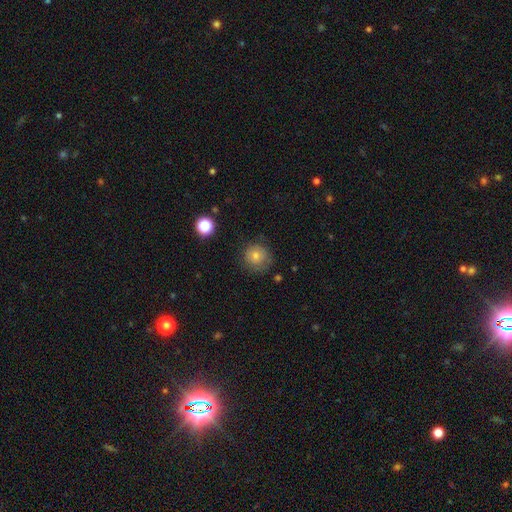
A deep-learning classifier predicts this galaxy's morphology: smooth_or_featured: smooth (p=0.70) [alt: featured or disk p=0.16]
how_rounded: round (p=0.93) [alt: in between p=0.06]
merging: none (p=0.80) [alt: minor disturbance p=0.14]